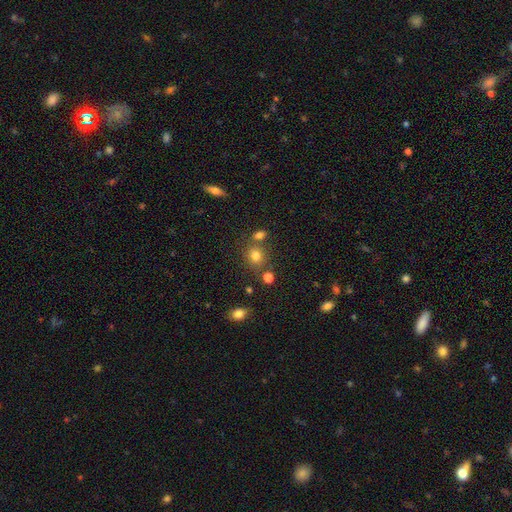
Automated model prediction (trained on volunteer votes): Overall: smooth (77%). How rounded: round (73%). Merging: none (68%).